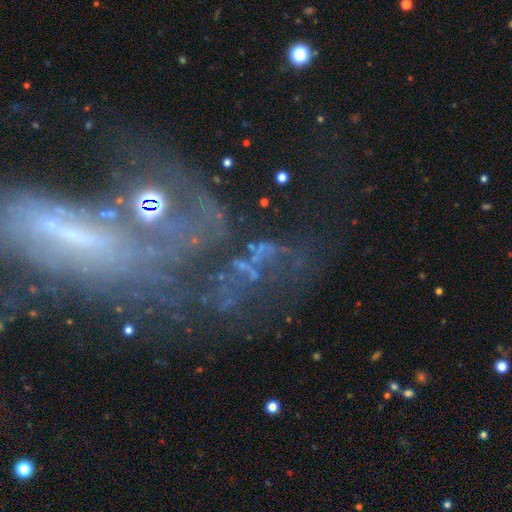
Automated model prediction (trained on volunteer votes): Smooth or featured: featured or disk — 60% (star or artifact — 23%)
Edge-on disk: no — 88% (yes — 12%)
Bar: no — 58% (weak — 22%)
Spiral arms: no — 55% (yes — 45%)
Bulge size: none — 40% (small — 28%)
Merging: major disturbance — 35% (merger — 27%)